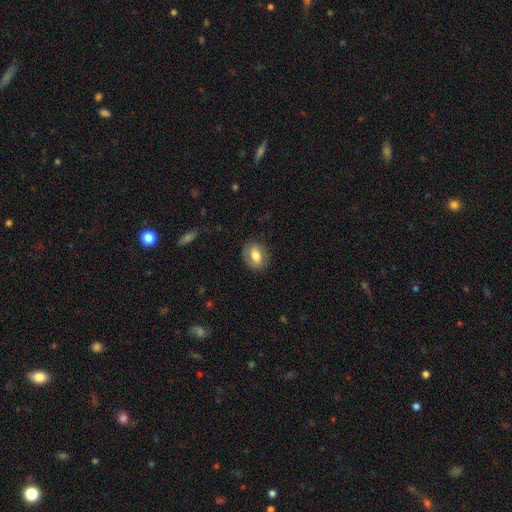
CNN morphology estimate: smooth_or_featured: smooth (p=0.56) [alt: featured or disk p=0.37]
how_rounded: in between (p=0.65) [alt: round p=0.33]
merging: none (p=0.79) [alt: minor disturbance p=0.15]